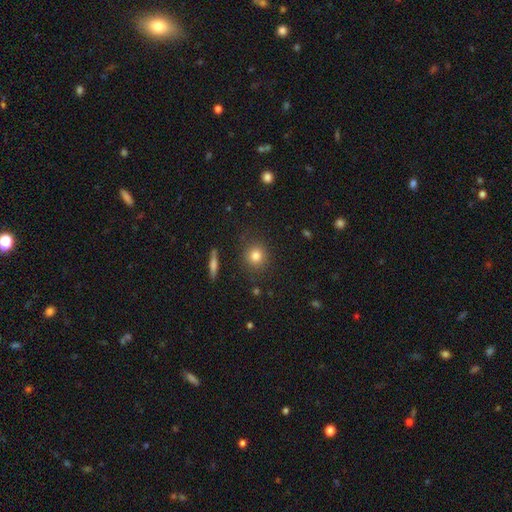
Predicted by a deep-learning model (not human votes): Smooth or featured?
  - smooth: 80% *
  - star or artifact: 11%
  - featured or disk: 9%
How rounded?
  - round: 87% *
  - in between: 12%
  - cigar-shaped: 2%
Merging?
  - none: 86% *
  - minor disturbance: 9%
  - major disturbance: 3%
  - merger: 2%